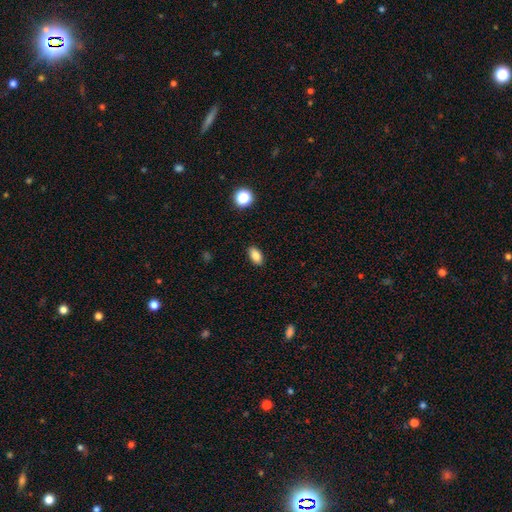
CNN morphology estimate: This is clearly a smooth galaxy (82%). How rounded: clearly in between (89%). Merging: clearly none (89%).